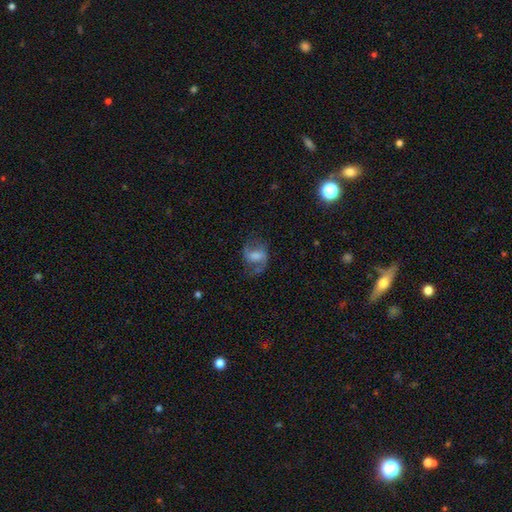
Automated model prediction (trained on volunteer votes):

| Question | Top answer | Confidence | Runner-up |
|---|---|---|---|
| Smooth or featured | featured or disk | 59% | smooth (32%) |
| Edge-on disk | no | 97% | yes (3%) |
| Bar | weak | 47% | no (32%) |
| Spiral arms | yes | 82% | no (18%) |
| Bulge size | moderate | 35% | large (23%) |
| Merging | none | 56% | minor disturbance (21%) |